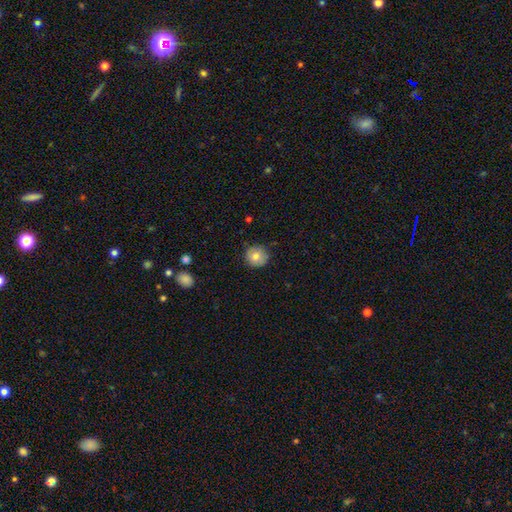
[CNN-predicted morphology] The model was most divided on "smooth or featured": smooth: 80%, featured or disk: 11%, star or artifact: 9%. More confident: how rounded — round (93%); merging — none (87%).